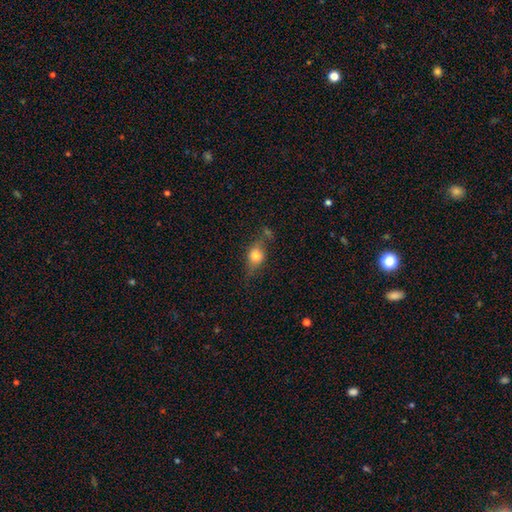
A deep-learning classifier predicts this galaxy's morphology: Smooth or featured: smooth — 67% (featured or disk — 23%)
How rounded: in between — 59% (round — 34%)
Merging: none — 58% (minor disturbance — 25%)